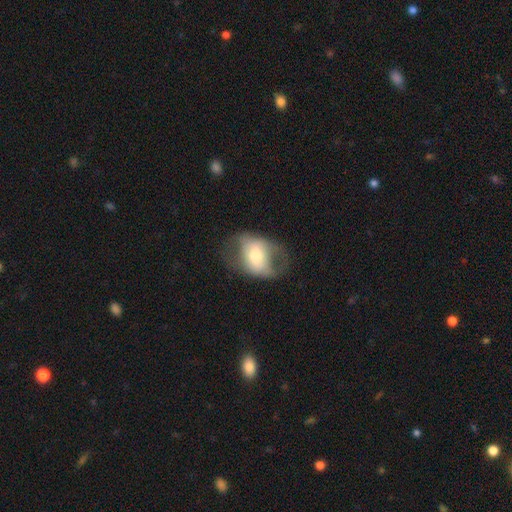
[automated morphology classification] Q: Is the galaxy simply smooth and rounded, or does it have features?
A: featured or disk — 47%.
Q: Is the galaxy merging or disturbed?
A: none — 52%.